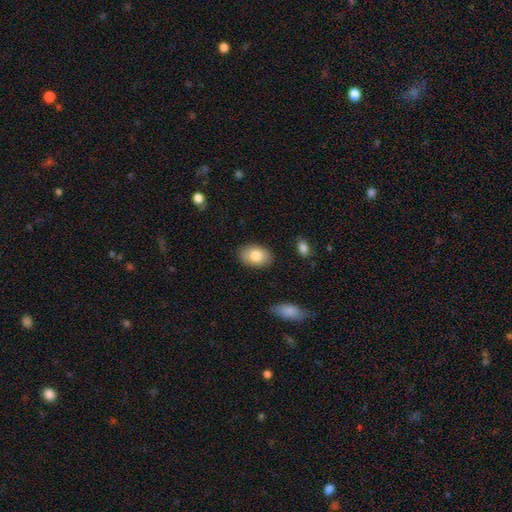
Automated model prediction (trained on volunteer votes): Q: Smooth or featured?
A: smooth (79%); runner-up: featured or disk (14%)
Q: How rounded?
A: in between (86%); runner-up: round (13%)
Q: Merging?
A: none (86%); runner-up: minor disturbance (10%)